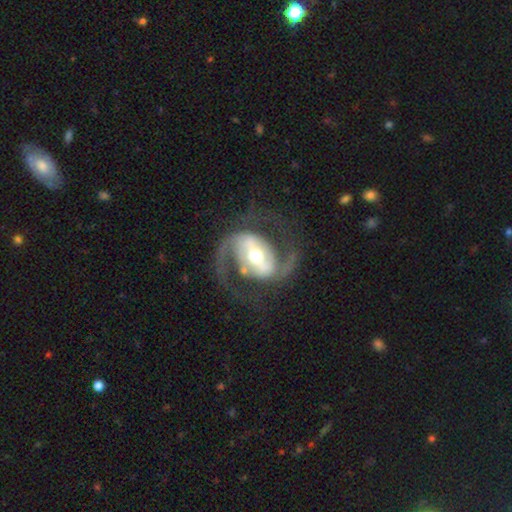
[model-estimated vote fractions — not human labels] Smooth or featured? featured or disk (90%)
Edge-on disk? no (97%)
Bar? strong (58%)
Spiral arms? yes (95%)
Spiral winding? medium (56%)
Spiral arm count? 2 (93%)
Bulge size? moderate (68%)
Merging? none (75%)